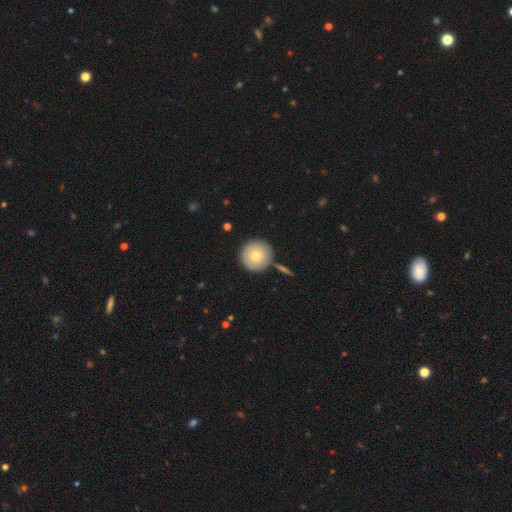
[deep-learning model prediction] This appears to be a smooth galaxy with no disk features (77%) that is round (96%). Merging: none (83%).